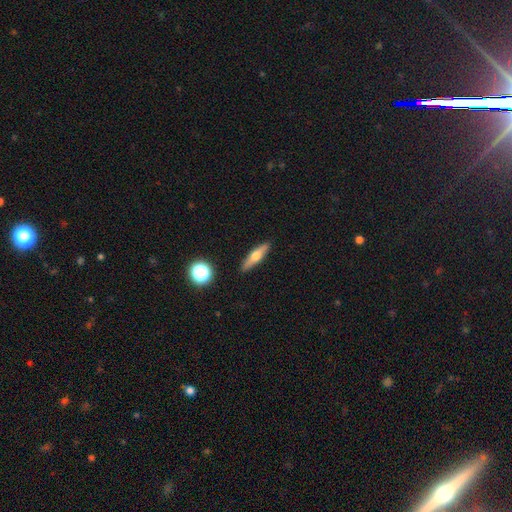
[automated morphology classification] type=featured or disk (49%); merging=none (90%).